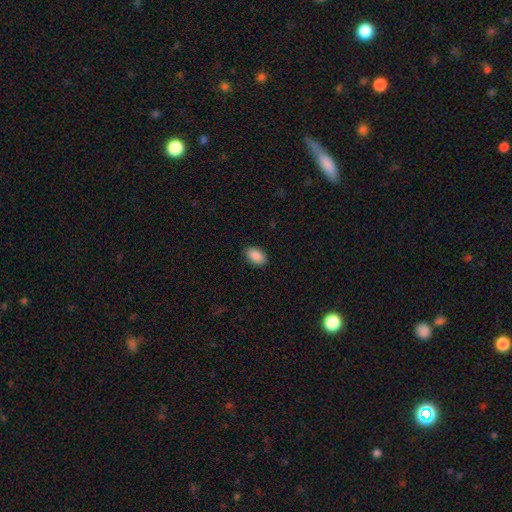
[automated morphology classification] Smooth or featured? Predicted: smooth (p=0.90). How rounded? Predicted: in between (p=0.92). Merging? Predicted: none (p=0.87).